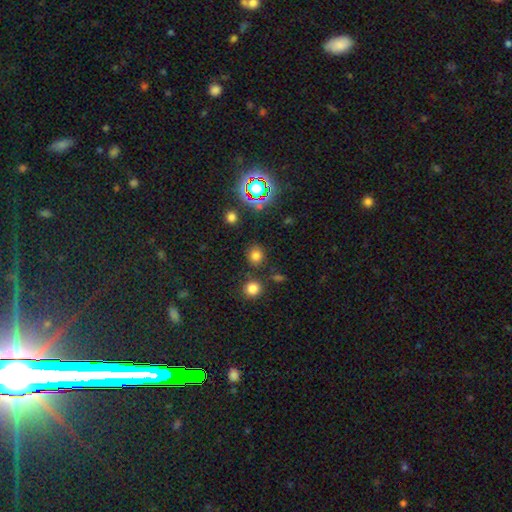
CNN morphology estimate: This is likely a smooth galaxy (74%). How rounded: likely round (79%). Merging: clearly none (81%).